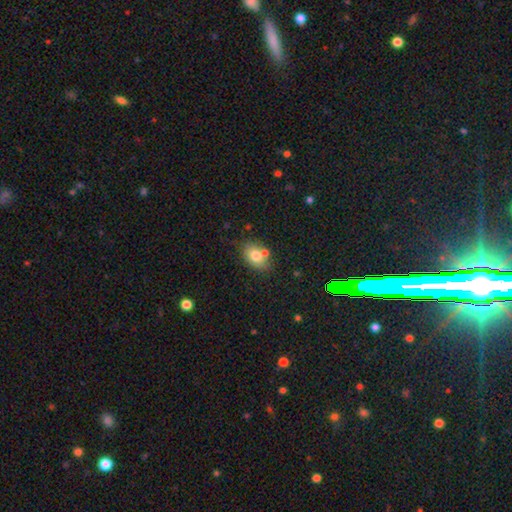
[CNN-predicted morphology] smooth_or_featured: smooth (p=0.75) [alt: featured or disk p=0.15]
how_rounded: in between (p=0.80) [alt: round p=0.19]
merging: none (p=0.65) [alt: merger p=0.17]